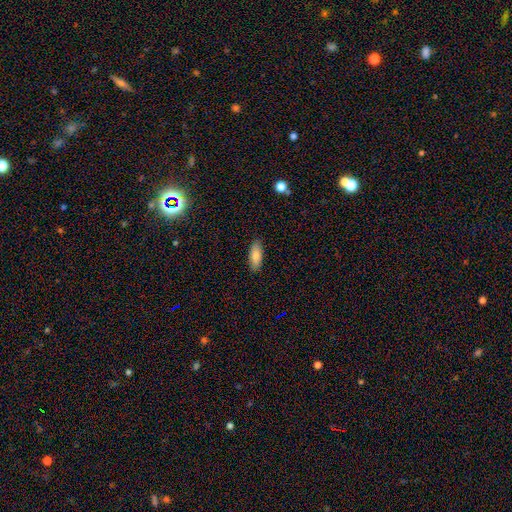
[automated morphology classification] This appears to be a smooth galaxy with no disk features (84%) that is in between round and cigar-shaped (75%). Merging: none (88%).